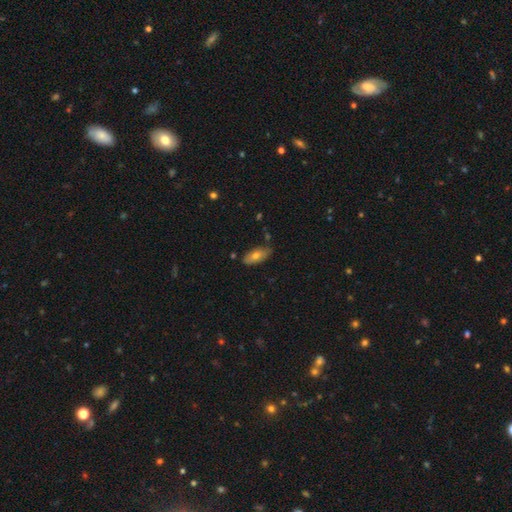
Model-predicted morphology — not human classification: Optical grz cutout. It shows a smooth galaxy with no disk features (67%) that is in between round and cigar-shaped (84%). Merging: none (75%).